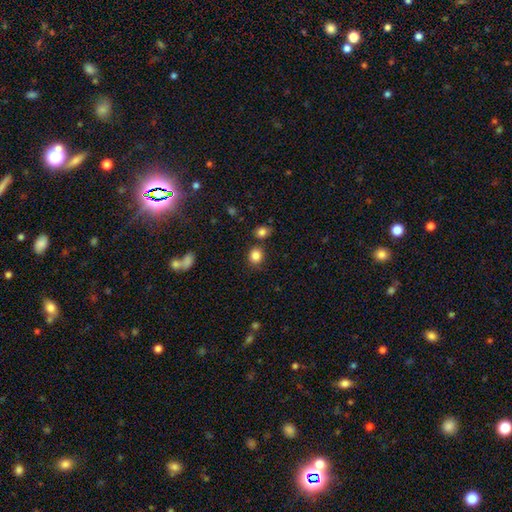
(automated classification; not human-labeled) Smooth or featured? Predicted: smooth (p=0.85). How rounded? Predicted: round (p=0.74). Merging? Predicted: none (p=0.77).